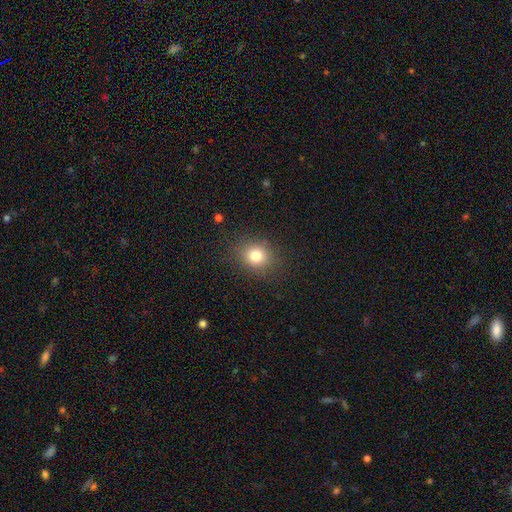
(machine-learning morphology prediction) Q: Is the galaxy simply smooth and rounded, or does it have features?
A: smooth — 79%.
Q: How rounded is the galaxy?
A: round — 71%.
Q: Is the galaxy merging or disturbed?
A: none — 86%.